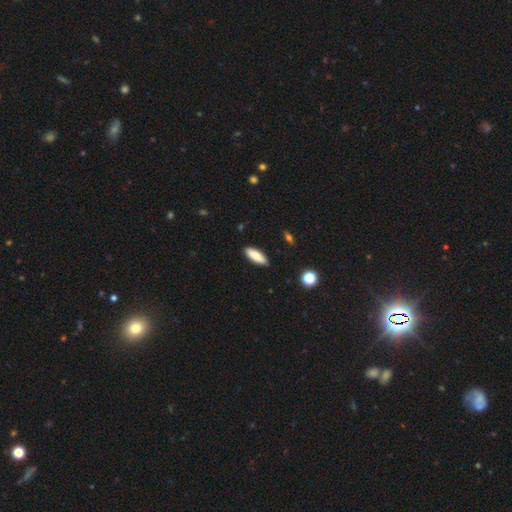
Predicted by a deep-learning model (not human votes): This is clearly a smooth galaxy (84%). How rounded: likely in between (64%). Merging: clearly none (86%).